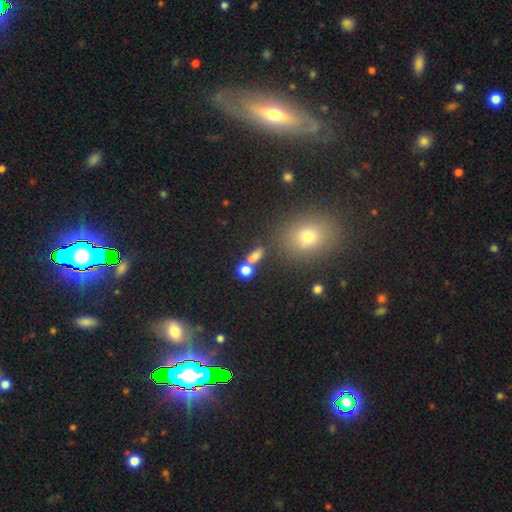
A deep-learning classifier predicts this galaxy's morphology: A smooth galaxy with no disk features (73%) that is in between round and cigar-shaped (49%).

Vote fractions:
- Smooth or featured? smooth: 73% / star or artifact: 17% / featured or disk: 10%
- How rounded? in between: 49% / round: 34% / cigar-shaped: 17%
- Merging? none: 54% / merger: 28% / minor disturbance: 11% / major disturbance: 7%